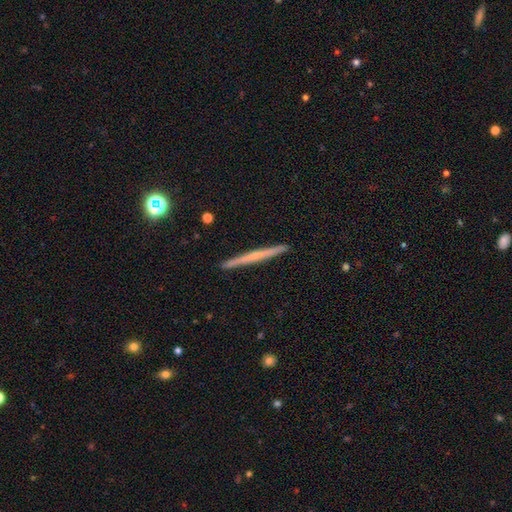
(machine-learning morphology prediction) Q: Smooth or featured?
A: featured or disk (57%); runner-up: smooth (36%)
Q: Edge-on disk?
A: yes (98%); runner-up: no (2%)
Q: Edge-on bulge?
A: none (67%); runner-up: rounded (27%)
Q: Merging?
A: none (93%); runner-up: minor disturbance (5%)